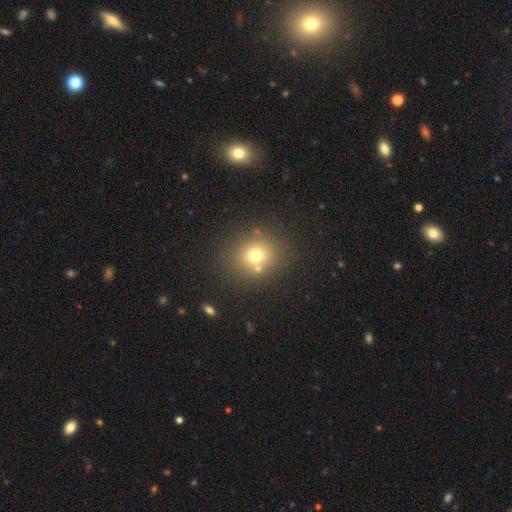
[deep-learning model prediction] smooth-or-featured: smooth: 68% | star or artifact: 18% | featured or disk: 14%
  how-rounded: round: 78% | in between: 21% | cigar-shaped: 1%
  merging: none: 74% | merger: 12% | minor disturbance: 10% | major disturbance: 4%